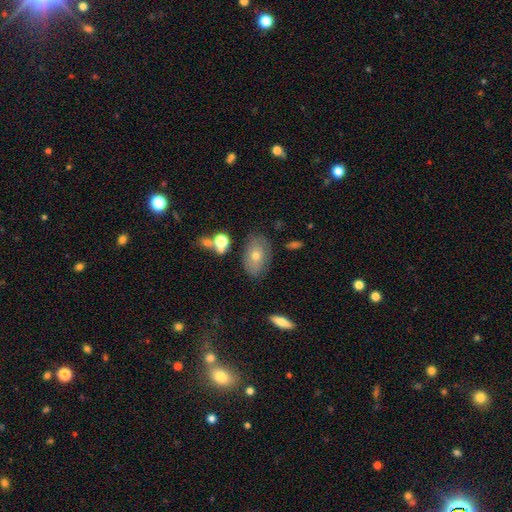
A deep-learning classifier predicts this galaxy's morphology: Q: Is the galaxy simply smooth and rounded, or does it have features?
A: smooth — 60%.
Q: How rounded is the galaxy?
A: in between — 85%.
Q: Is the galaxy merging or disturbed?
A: none — 71%.